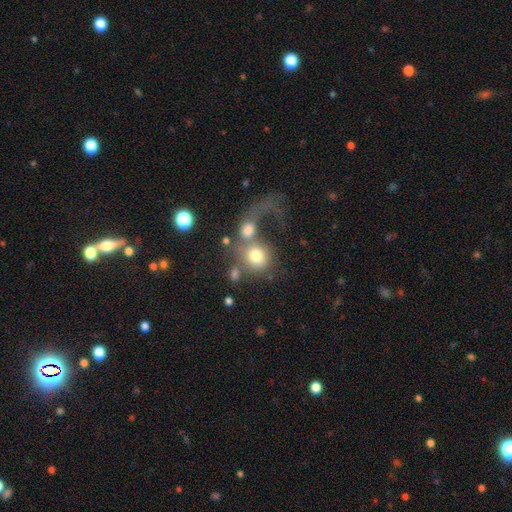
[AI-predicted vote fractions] smooth-or-featured: smooth: 64% | featured or disk: 23% | star or artifact: 12%
  how-rounded: round: 78% | in between: 21% | cigar-shaped: 1%
  merging: merger: 46% | major disturbance: 27% | none: 19% | minor disturbance: 7%